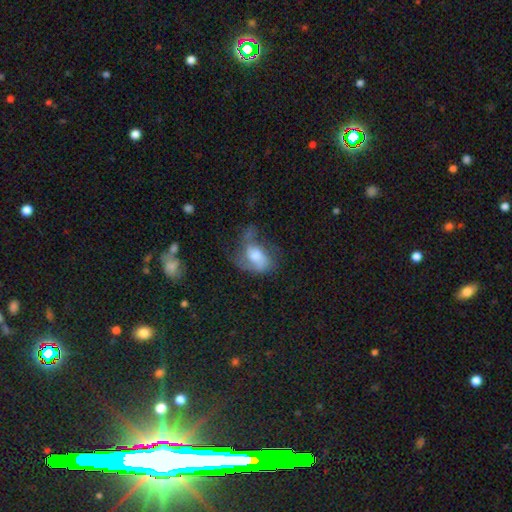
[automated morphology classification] This is possibly a featured or disk galaxy (51%). It is clearly not viewed edge-on (96%). Merging: marginally major disturbance (40%).